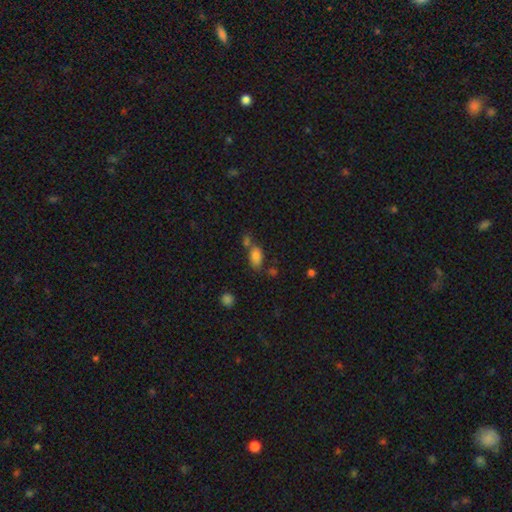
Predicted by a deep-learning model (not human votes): The model was most divided on "merging": none: 49%, merger: 30%, minor disturbance: 15%, major disturbance: 6%. More confident: how rounded — in between (90%); smooth or featured — smooth (82%).